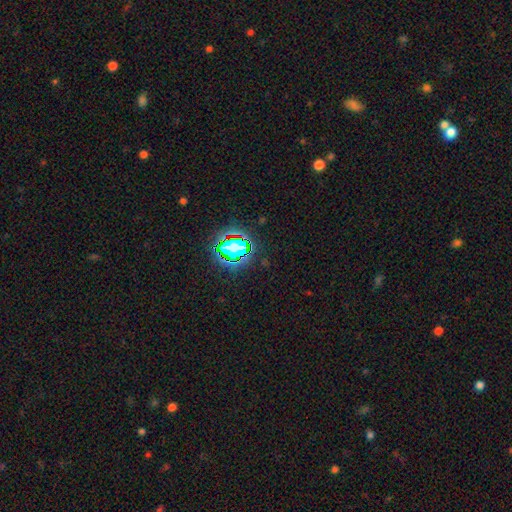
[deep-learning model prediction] Smooth or featured: star or artifact — 79% (smooth — 13%)